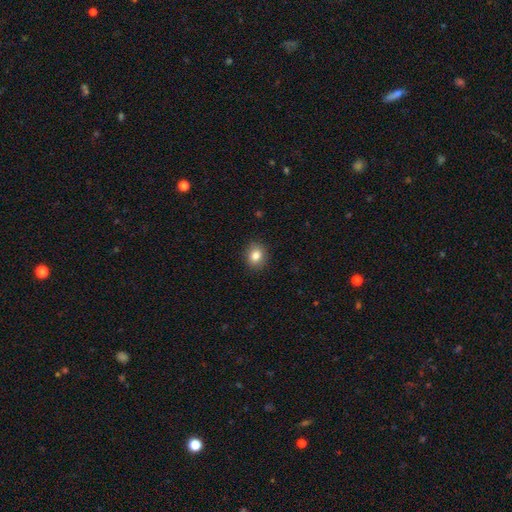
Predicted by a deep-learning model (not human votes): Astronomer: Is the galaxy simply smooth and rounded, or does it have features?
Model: smooth — 83%.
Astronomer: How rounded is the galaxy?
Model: round — 61% (runner-up: in between, 38%).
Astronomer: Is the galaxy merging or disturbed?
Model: none — 90%.